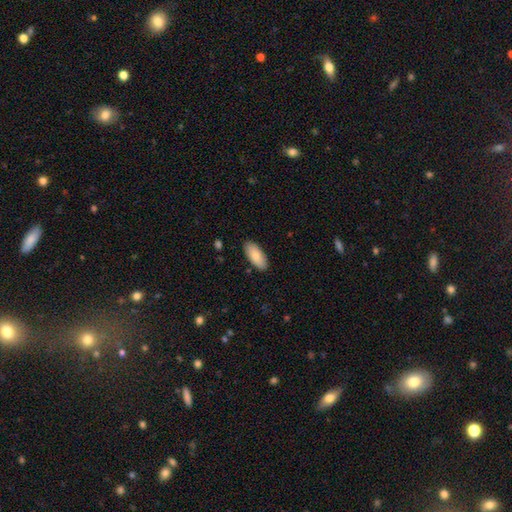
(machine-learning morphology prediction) Smooth or featured? Predicted: smooth (p=0.83). How rounded? Predicted: in between (p=0.89). Merging? Predicted: none (p=0.87).